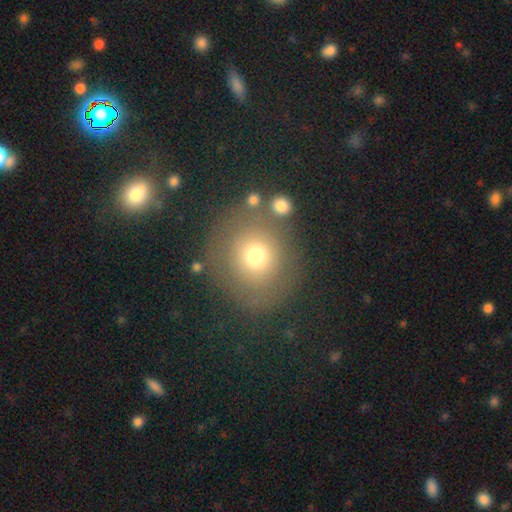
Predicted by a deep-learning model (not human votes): The model was most divided on "smooth or featured": smooth: 68%, featured or disk: 18%, star or artifact: 14%. More confident: how rounded — round (86%); merging — none (72%).